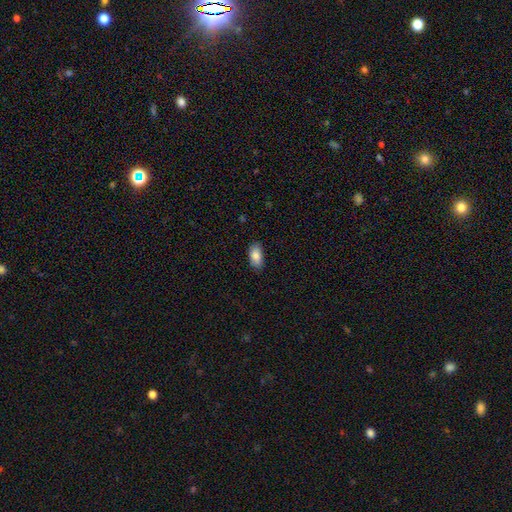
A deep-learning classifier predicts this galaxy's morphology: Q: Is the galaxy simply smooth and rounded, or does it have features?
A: smooth — 83%.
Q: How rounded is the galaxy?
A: in between — 92%.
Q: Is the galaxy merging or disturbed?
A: none — 85%.